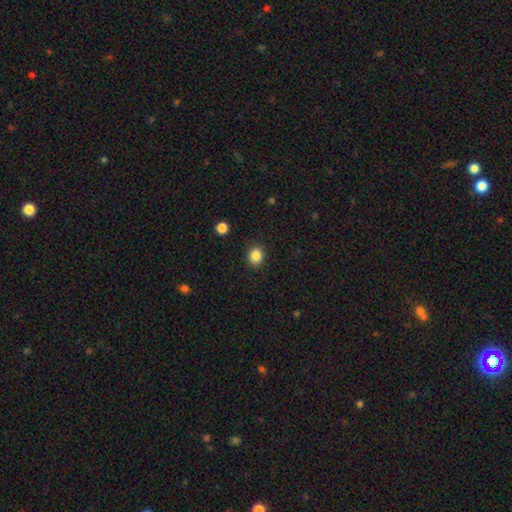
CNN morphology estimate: This appears to be a smooth galaxy with no disk features (86%) that is round (73%). Merging: none (90%).